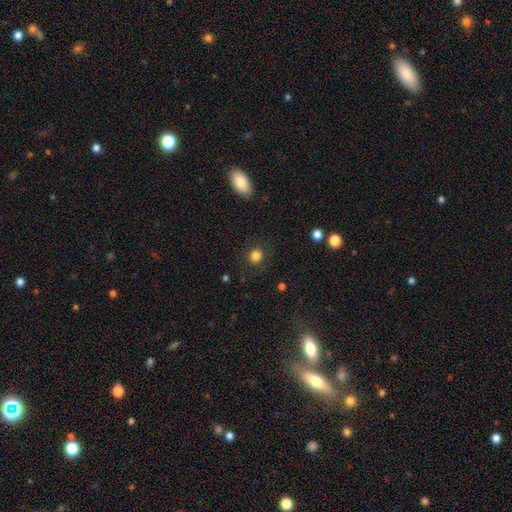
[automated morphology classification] Q: Smooth or featured?
A: smooth (82%); runner-up: star or artifact (12%)
Q: How rounded?
A: round (86%); runner-up: in between (13%)
Q: Merging?
A: none (86%); runner-up: minor disturbance (8%)